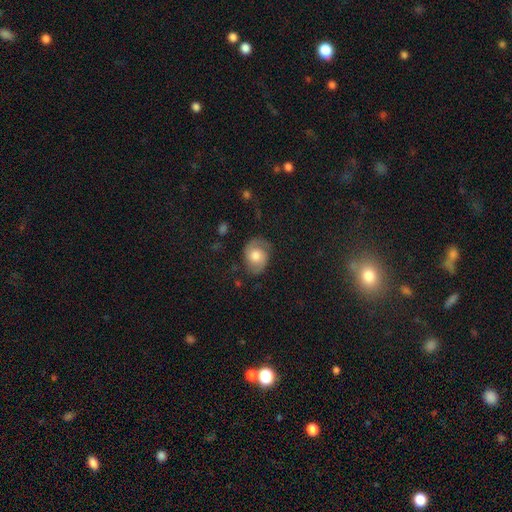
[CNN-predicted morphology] Overall: featured or disk (47%; smooth 45%). Merging: none (69%).